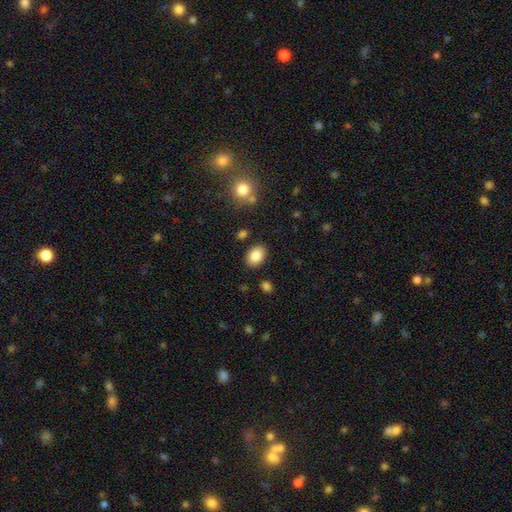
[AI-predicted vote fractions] Smooth or featured: smooth — 86% (star or artifact — 8%)
How rounded: in between — 80% (round — 19%)
Merging: none — 85% (minor disturbance — 10%)